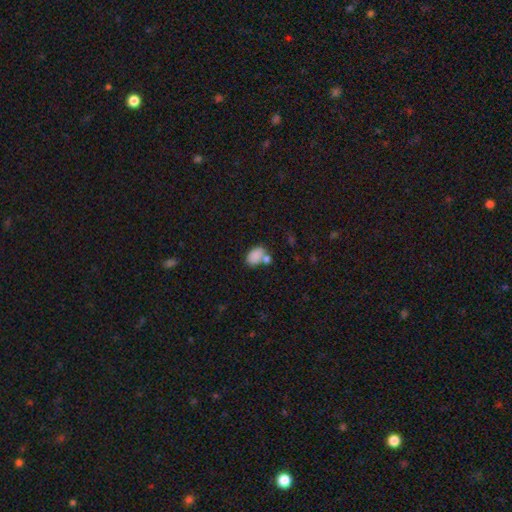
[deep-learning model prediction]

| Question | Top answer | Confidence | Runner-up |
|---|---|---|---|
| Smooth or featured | smooth | 84% | star or artifact (9%) |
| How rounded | in between | 85% | round (13%) |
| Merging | none | 49% | merger (30%) |